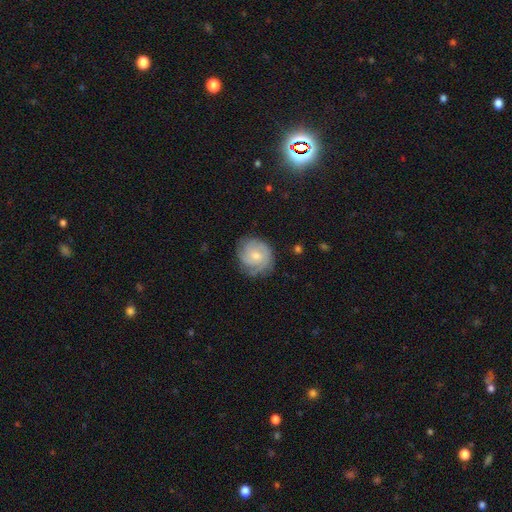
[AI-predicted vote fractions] Overall: featured or disk (69%). Edge-on disk: no (98%). Bar: no (74%). Spiral arms: yes (93%). Spiral arm count: can't tell (31%; 3 28%). Spiral winding: tight (67%). Bulge size: small (48%; moderate 46%). Merging: none (76%).